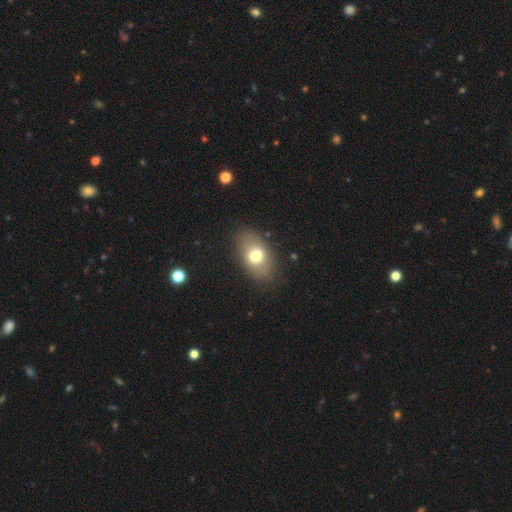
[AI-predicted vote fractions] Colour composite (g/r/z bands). It shows a smooth galaxy with no disk features (71%) that is in between round and cigar-shaped (85%). Merging: none (83%).